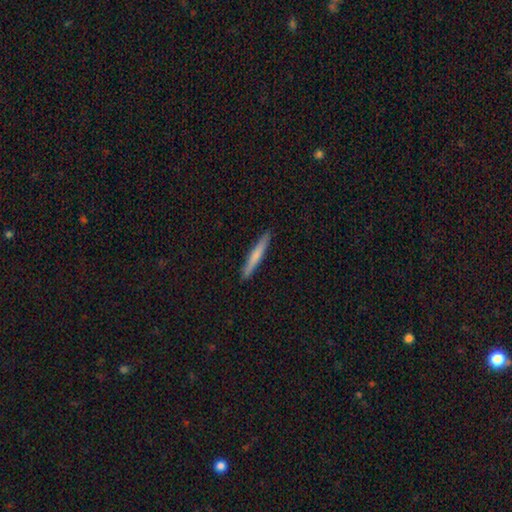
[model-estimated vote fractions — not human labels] Smooth or featured? Predicted: smooth (p=0.67). How rounded? Predicted: cigar-shaped (p=0.96). Merging? Predicted: none (p=0.92).